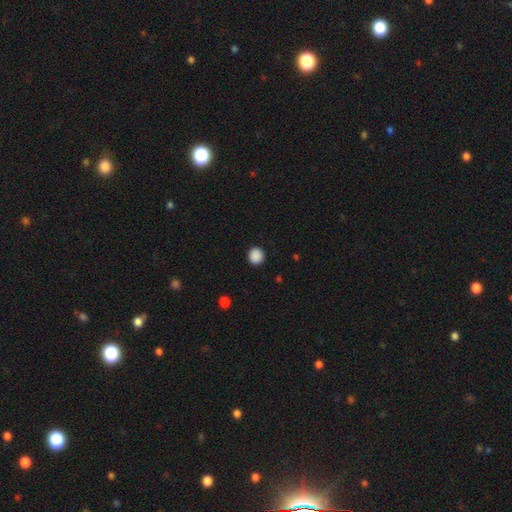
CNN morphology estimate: Smooth or featured: smooth — 89% (star or artifact — 9%)
How rounded: round — 87% (in between — 12%)
Merging: none — 92% (minor disturbance — 5%)